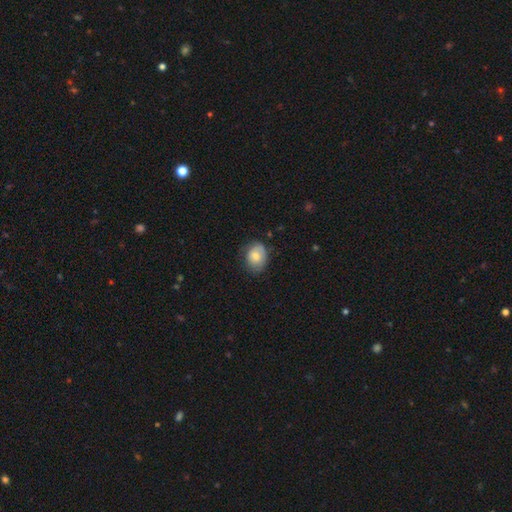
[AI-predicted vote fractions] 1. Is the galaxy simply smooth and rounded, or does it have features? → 72% smooth, 20% featured or disk, 7% star or artifact.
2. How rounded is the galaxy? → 57% in between, 42% round, 1% cigar-shaped.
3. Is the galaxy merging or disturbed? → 66% none, 26% minor disturbance, 6% major disturbance, 1% merger.